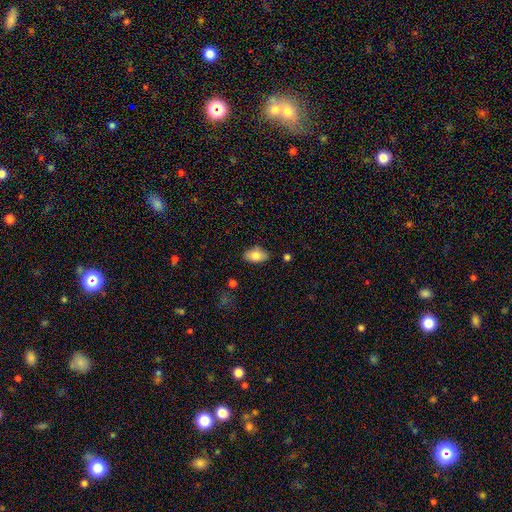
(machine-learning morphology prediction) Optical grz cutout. It shows a smooth galaxy with no disk features (81%) that is in between round and cigar-shaped (91%). Merging: none (82%).